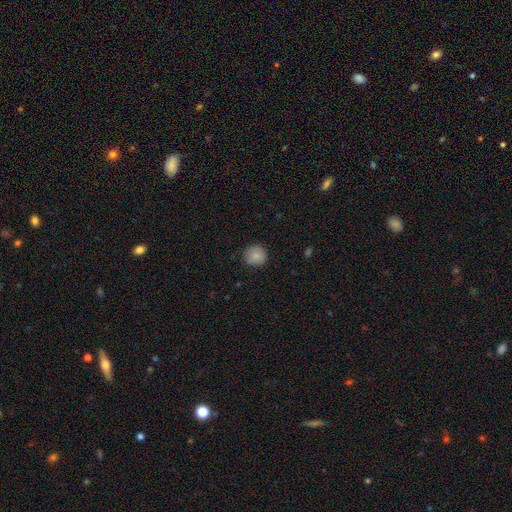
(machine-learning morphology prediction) smooth 85%, star or artifact 8%, featured or disk 7%. Down the decision tree: how rounded — round (92%); merging — none (84%).